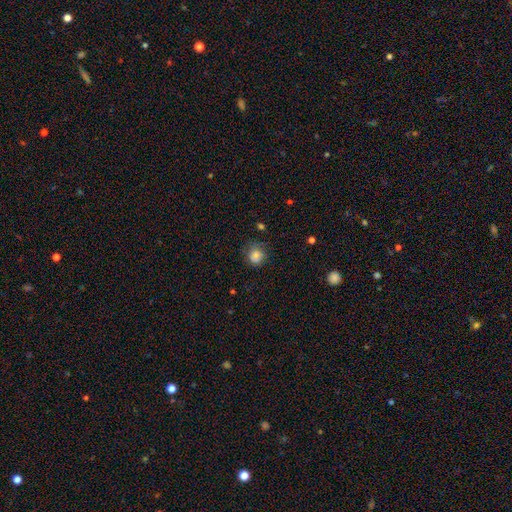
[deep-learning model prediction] Smooth or featured? Predicted: smooth (p=0.78). How rounded? Predicted: round (p=0.84). Merging? Predicted: none (p=0.62).